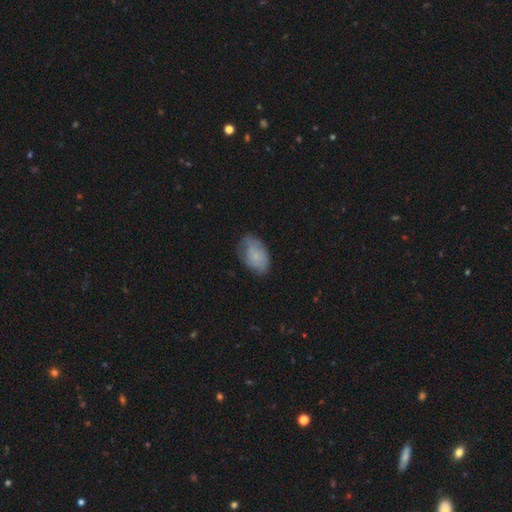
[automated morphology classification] A smooth galaxy with no disk features (68%) that is in between round and cigar-shaped (90%).

Vote fractions:
- Smooth or featured? smooth: 68% / featured or disk: 24% / star or artifact: 8%
- How rounded? in between: 90% / round: 9% / cigar-shaped: 2%
- Merging? none: 60% / minor disturbance: 29% / major disturbance: 9% / merger: 1%